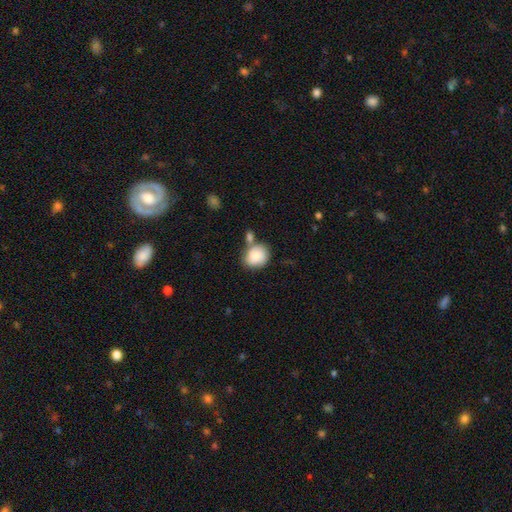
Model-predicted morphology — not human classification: This is clearly a smooth galaxy (83%). How rounded: likely round (61%). Merging: possibly none (46%).